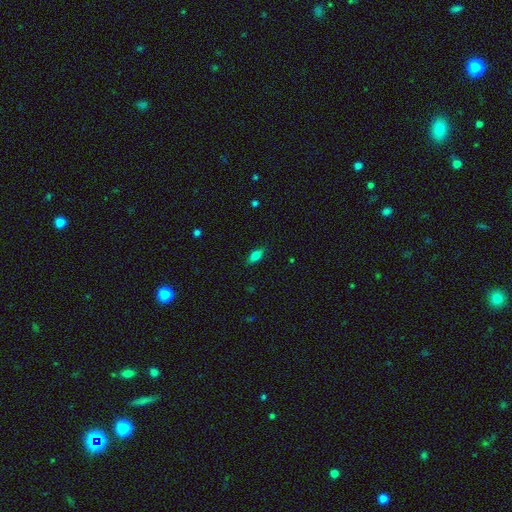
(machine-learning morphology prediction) Smooth or featured: smooth — 76% (featured or disk — 14%)
How rounded: in between — 80% (cigar-shaped — 14%)
Merging: none — 84% (minor disturbance — 12%)